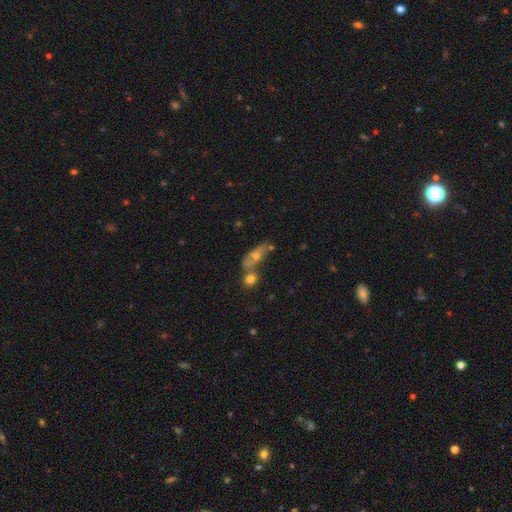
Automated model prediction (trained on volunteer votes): Overall: smooth (46%; featured or disk 42%). Merging: none (43%; merger 33%).